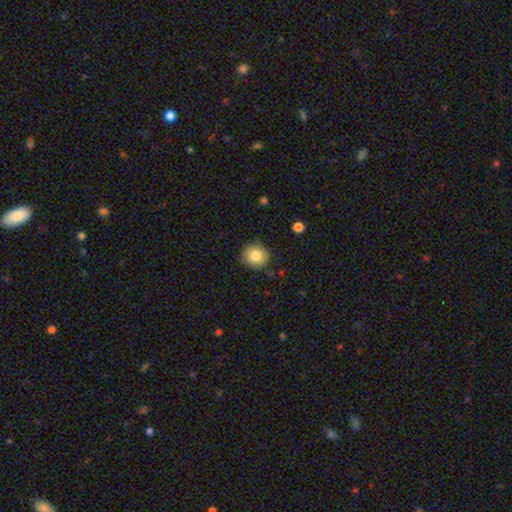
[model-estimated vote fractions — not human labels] Smooth or featured: smooth — 82% (star or artifact — 10%)
How rounded: round — 91% (in between — 9%)
Merging: none — 87% (minor disturbance — 10%)